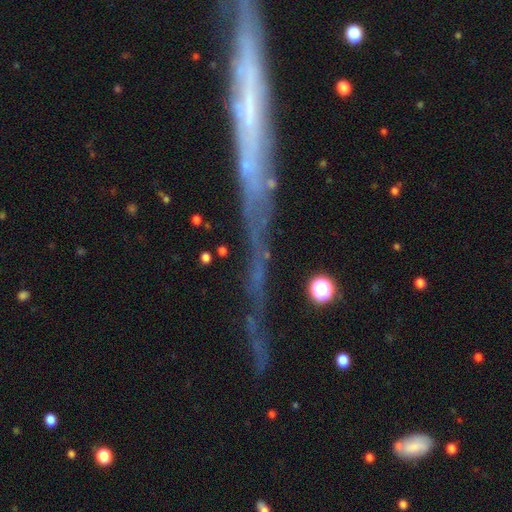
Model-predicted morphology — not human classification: Q: Smooth or featured?
A: featured or disk (51%); runner-up: star or artifact (25%)
Q: Edge-on disk?
A: yes (73%); runner-up: no (27%)
Q: Merging?
A: none (61%); runner-up: minor disturbance (17%)